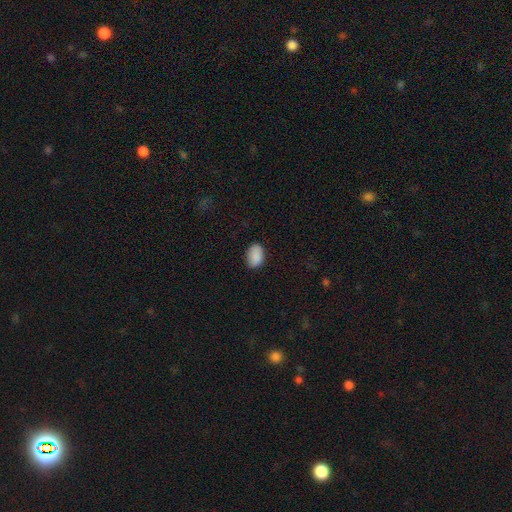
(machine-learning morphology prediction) This appears to be a smooth galaxy with no disk features (89%) that is in between round and cigar-shaped (88%). Merging: none (83%).